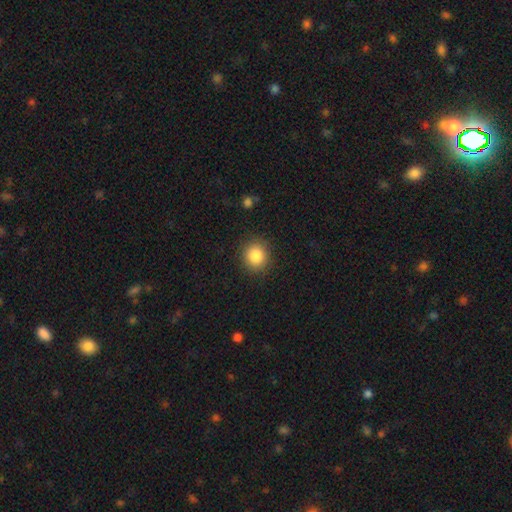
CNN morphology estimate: Overall: smooth (86%). How rounded: round (87%). Merging: none (88%).